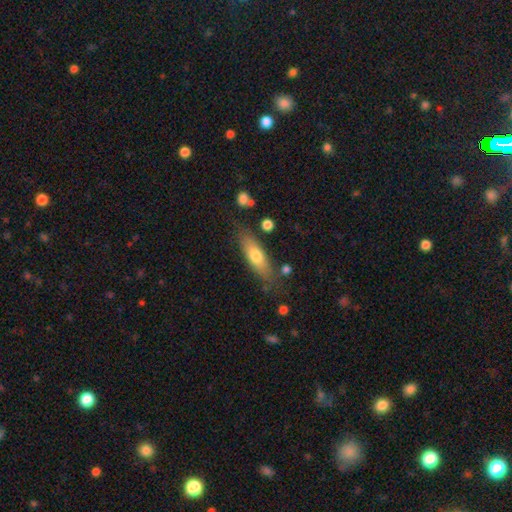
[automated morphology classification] Overall: smooth (67%; featured or disk 27%). How rounded: in between (50%; cigar-shaped 47%). Merging: none (75%).